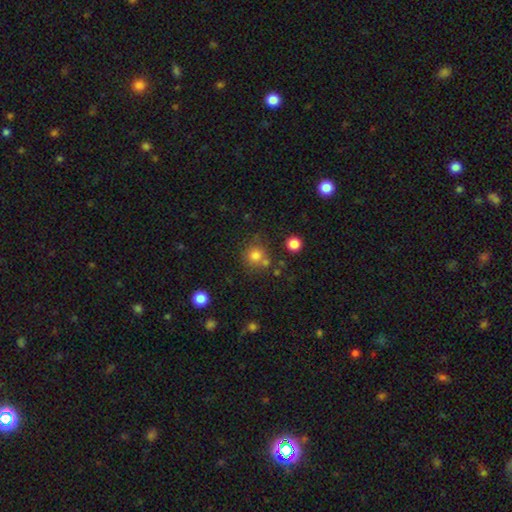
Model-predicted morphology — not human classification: A smooth galaxy with no disk features (79%) that is round (89%). Merging: none (68%).